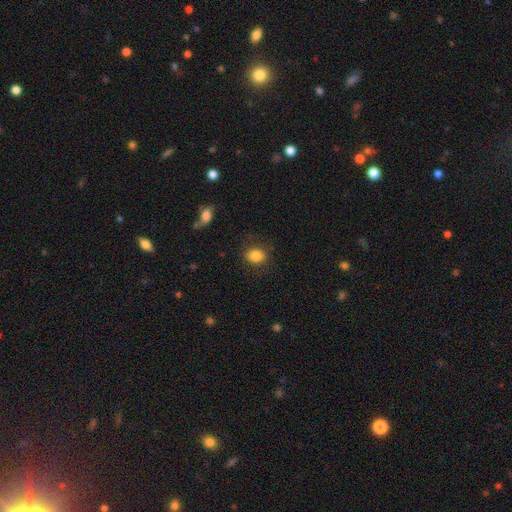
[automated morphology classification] smooth_or_featured: smooth (p=0.84) [alt: star or artifact p=0.10]
how_rounded: round (p=0.58) [alt: in between p=0.41]
merging: none (p=0.82) [alt: minor disturbance p=0.12]